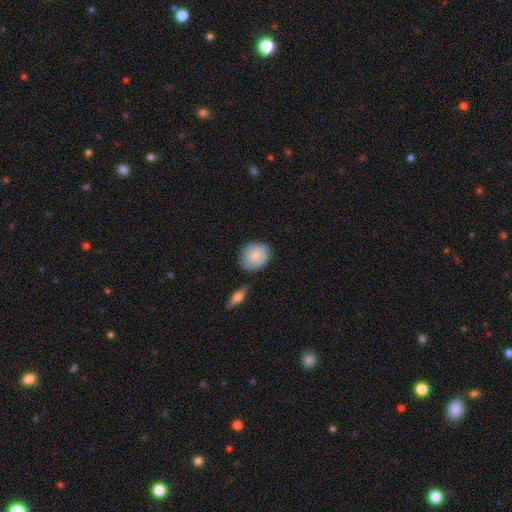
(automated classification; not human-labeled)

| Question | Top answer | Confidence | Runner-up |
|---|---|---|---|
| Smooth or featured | smooth | 76% | featured or disk (18%) |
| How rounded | round | 75% | in between (24%) |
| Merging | none | 76% | minor disturbance (17%) |